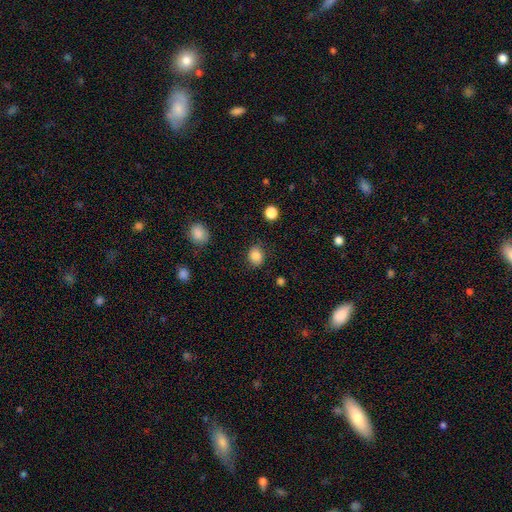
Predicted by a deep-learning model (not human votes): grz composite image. It shows a smooth galaxy with no disk features (85%) that is round (61%). Merging: none (83%).